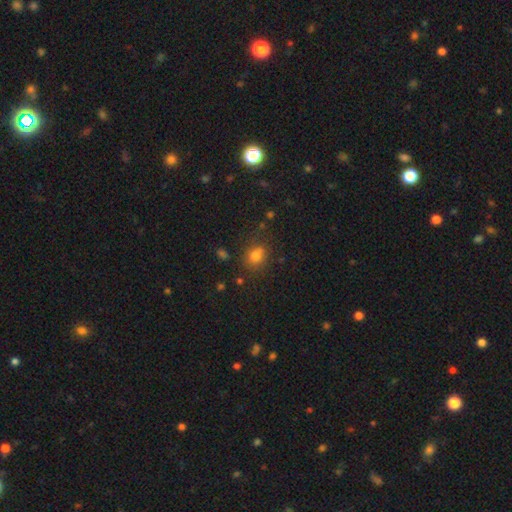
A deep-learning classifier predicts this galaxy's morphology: Smooth or featured? smooth (73%)
How rounded? round (67%)
Merging? none (61%)